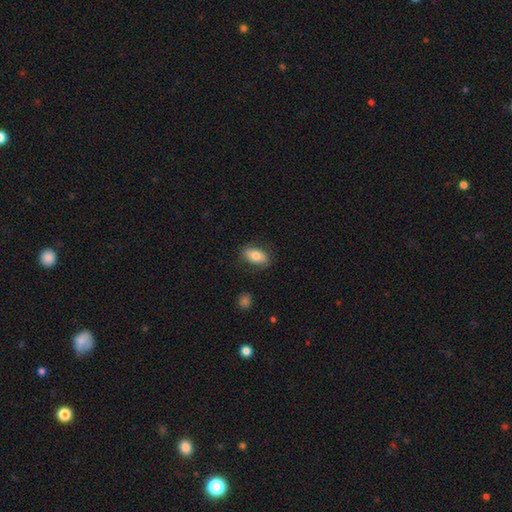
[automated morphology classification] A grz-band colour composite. It shows a smooth galaxy with no disk features (80%) that is in between round and cigar-shaped (90%). Merging: none (81%).